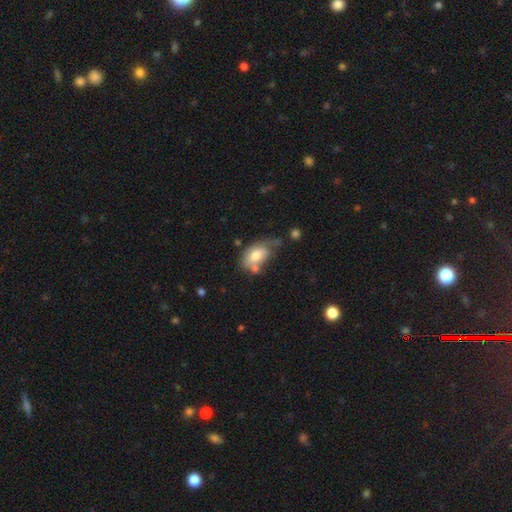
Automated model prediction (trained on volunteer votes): smooth_or_featured: smooth (p=0.68) [alt: featured or disk p=0.25]
how_rounded: in between (p=0.91) [alt: round p=0.07]
merging: none (p=0.37) [alt: minor disturbance p=0.30]